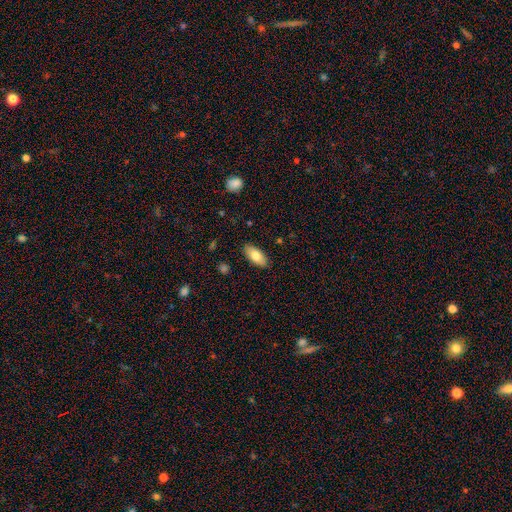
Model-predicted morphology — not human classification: Smooth or featured? smooth (77%)
How rounded? in between (88%)
Merging? none (87%)